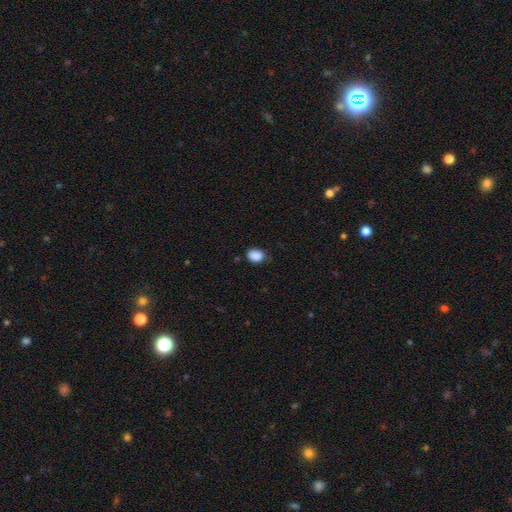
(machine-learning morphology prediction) smooth-or-featured: smooth: 88% | star or artifact: 8% | featured or disk: 3%
  how-rounded: in between: 70% | round: 29% | cigar-shaped: 1%
  merging: none: 71% | minor disturbance: 23% | major disturbance: 4% | merger: 1%